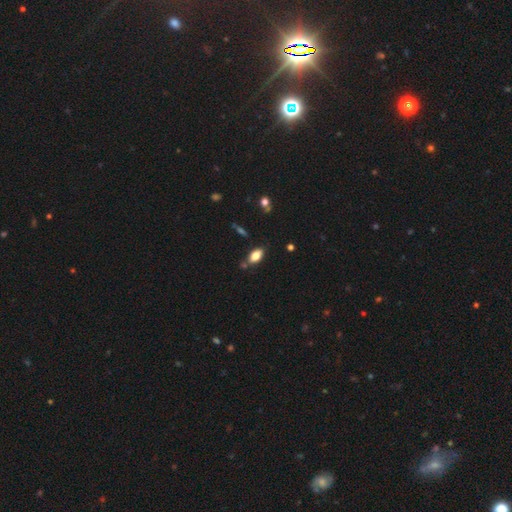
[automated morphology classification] Overall: smooth (80%). How rounded: in between (90%). Merging: none (76%).